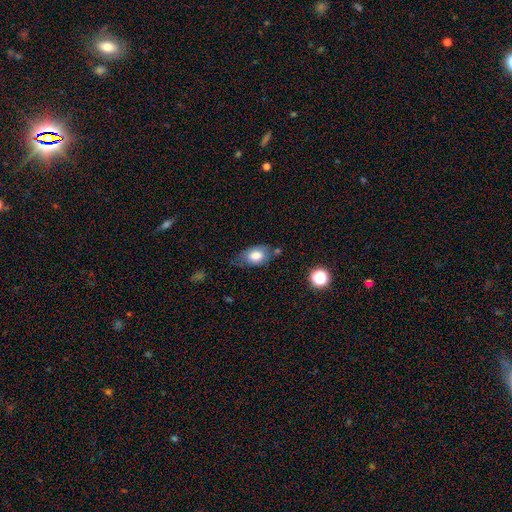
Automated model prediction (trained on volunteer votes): This is likely a smooth galaxy (75%). How rounded: clearly in between (84%). Merging: possibly none (56%).